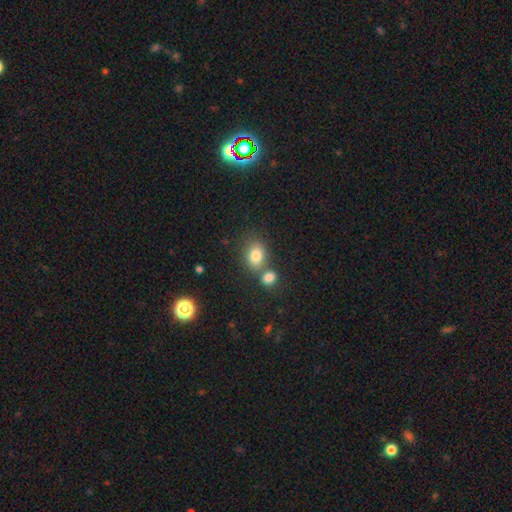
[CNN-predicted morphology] Smooth or featured? smooth (80%)
How rounded? in between (55%)
Merging? none (51%)